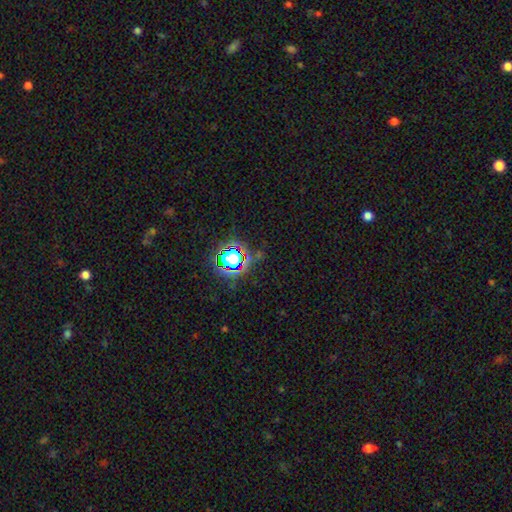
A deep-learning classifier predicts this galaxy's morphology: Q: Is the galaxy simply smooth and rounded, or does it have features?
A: star or artifact — 76%.